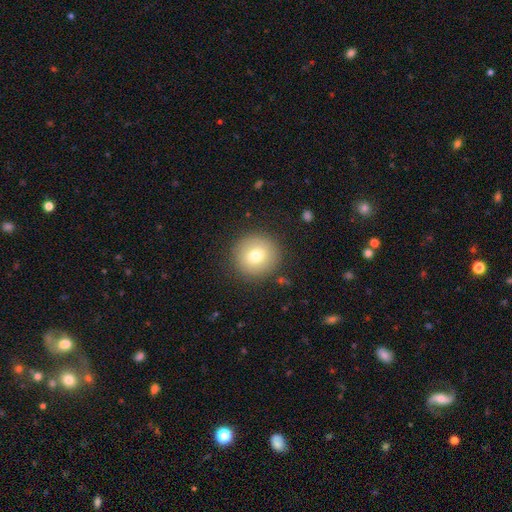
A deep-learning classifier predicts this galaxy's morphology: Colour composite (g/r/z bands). It shows a smooth galaxy with no disk features (76%) that is round (93%). Merging: none (89%).